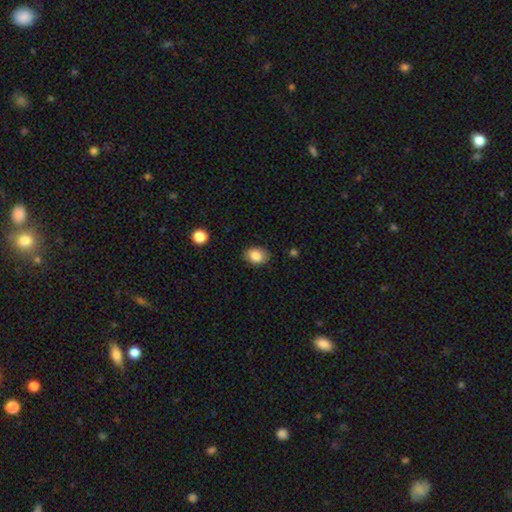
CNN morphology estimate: Smooth or featured?
  - smooth: 85% *
  - star or artifact: 8%
  - featured or disk: 6%
How rounded?
  - in between: 71% *
  - round: 28%
  - cigar-shaped: 1%
Merging?
  - none: 84% *
  - minor disturbance: 12%
  - major disturbance: 3%
  - merger: 1%